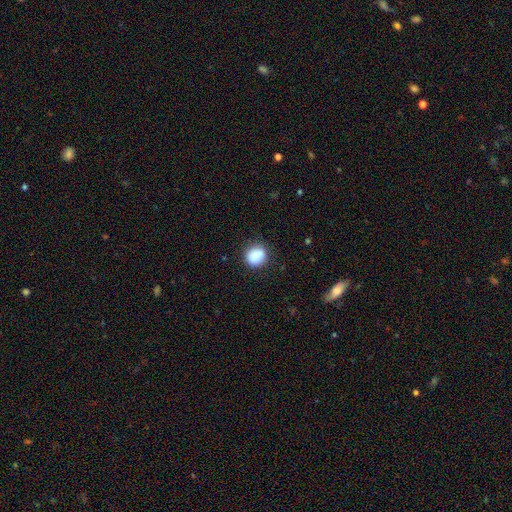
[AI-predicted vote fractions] Q: Smooth or featured?
A: smooth (88%); runner-up: star or artifact (8%)
Q: How rounded?
A: round (79%); runner-up: in between (20%)
Q: Merging?
A: none (83%); runner-up: minor disturbance (12%)